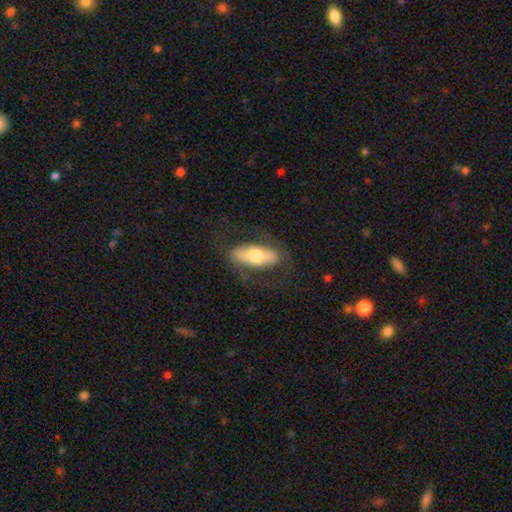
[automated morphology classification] Smooth or featured? smooth (52%)
How rounded? in between (69%)
Merging? none (73%)